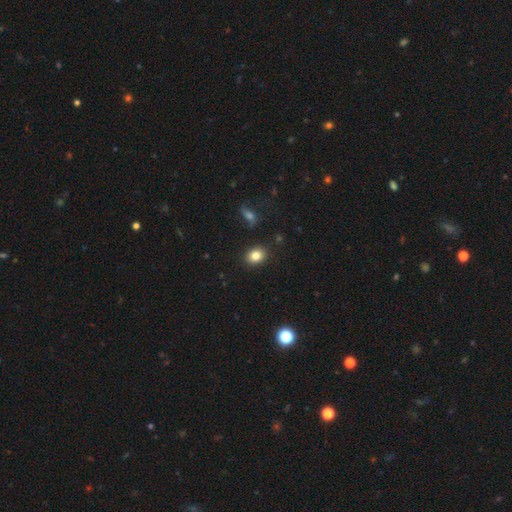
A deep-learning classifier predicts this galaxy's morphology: smooth_or_featured: smooth (p=0.83) [alt: star or artifact p=0.10]
how_rounded: in between (p=0.58) [alt: round p=0.41]
merging: none (p=0.87) [alt: minor disturbance p=0.08]